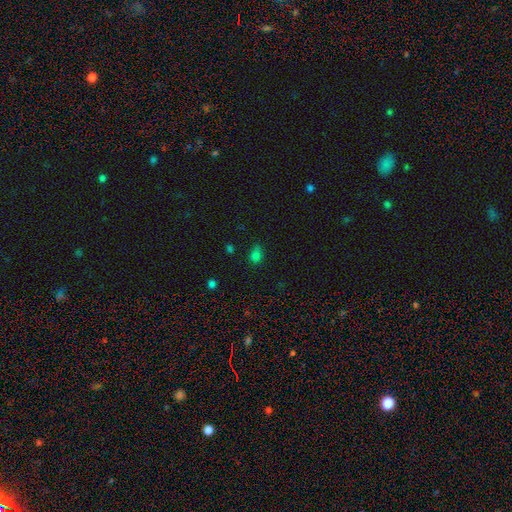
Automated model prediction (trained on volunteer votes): The model was most divided on "how rounded": in between: 57%, round: 41%, cigar-shaped: 2%. More confident: smooth or featured — smooth (75%); merging — none (61%).